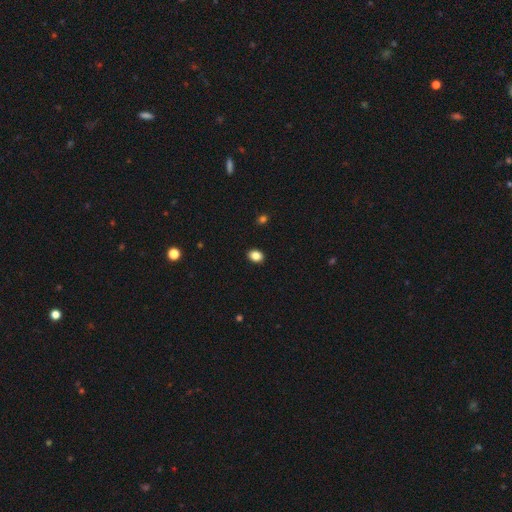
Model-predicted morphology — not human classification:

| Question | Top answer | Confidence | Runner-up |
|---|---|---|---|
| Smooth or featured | smooth | 86% | star or artifact (10%) |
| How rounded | in between | 65% | round (33%) |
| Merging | none | 91% | minor disturbance (7%) |